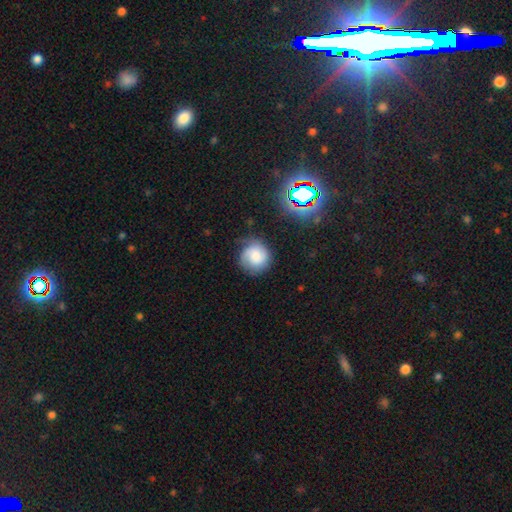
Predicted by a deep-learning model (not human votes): Overall: smooth (53%; featured or disk 37%). How rounded: round (87%). Merging: none (67%).